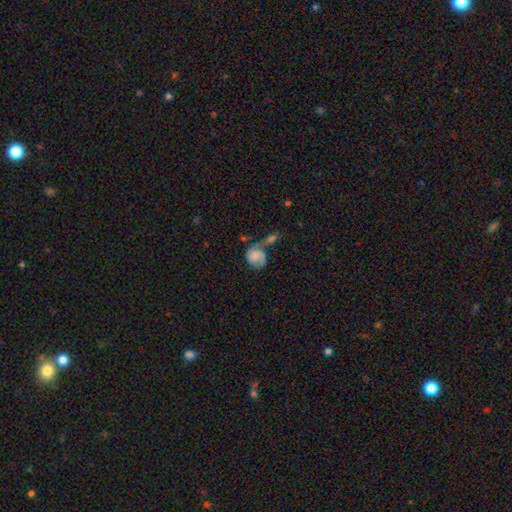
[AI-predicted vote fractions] Q: Smooth or featured?
A: featured or disk (51%); runner-up: smooth (41%)
Q: Edge-on disk?
A: no (97%); runner-up: yes (3%)
Q: Merging?
A: merger (36%); runner-up: none (27%)